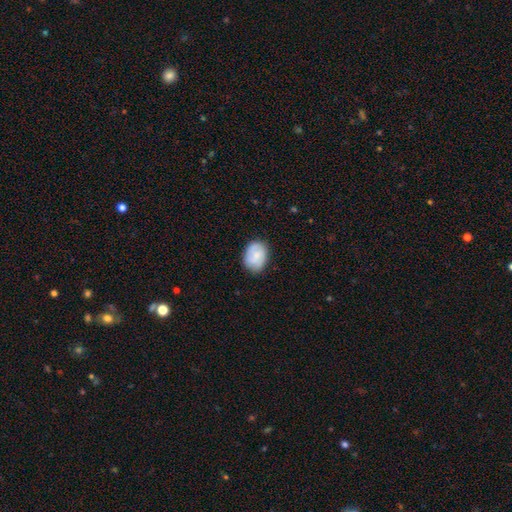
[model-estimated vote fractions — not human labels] smooth_or_featured: smooth (p=0.73) [alt: featured or disk p=0.20]
how_rounded: in between (p=0.70) [alt: round p=0.29]
merging: none (p=0.77) [alt: minor disturbance p=0.18]